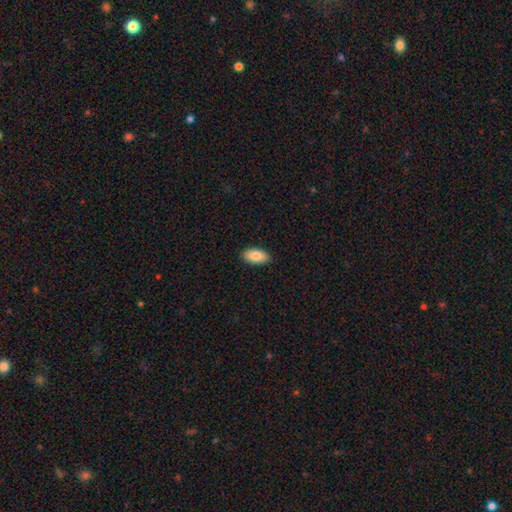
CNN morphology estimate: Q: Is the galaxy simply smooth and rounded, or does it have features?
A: smooth — 85%.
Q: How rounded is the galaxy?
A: in between — 93%.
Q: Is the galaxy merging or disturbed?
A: none — 90%.